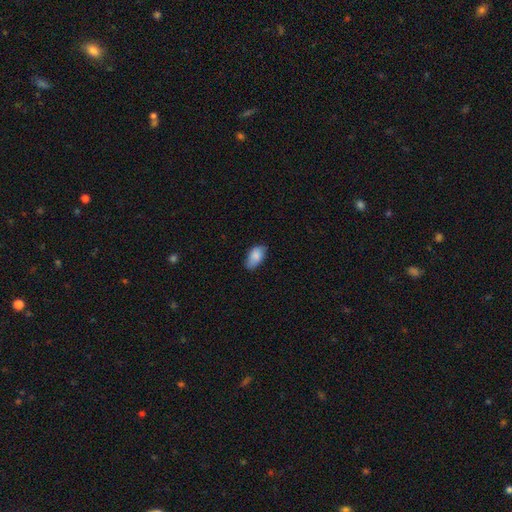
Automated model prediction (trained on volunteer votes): Smooth or featured? smooth (86%)
How rounded? in between (94%)
Merging? none (75%)